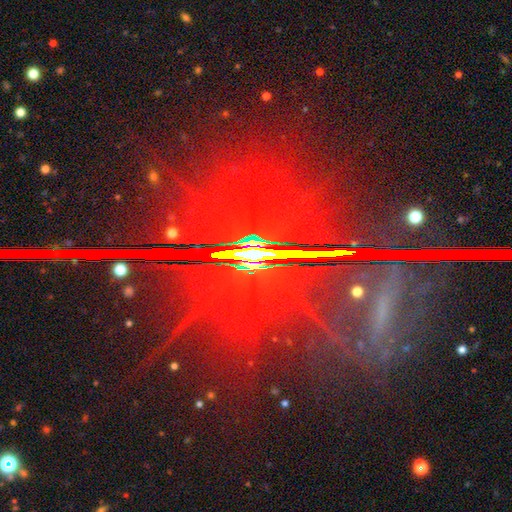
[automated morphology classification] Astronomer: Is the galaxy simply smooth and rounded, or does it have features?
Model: star or artifact — 84%.